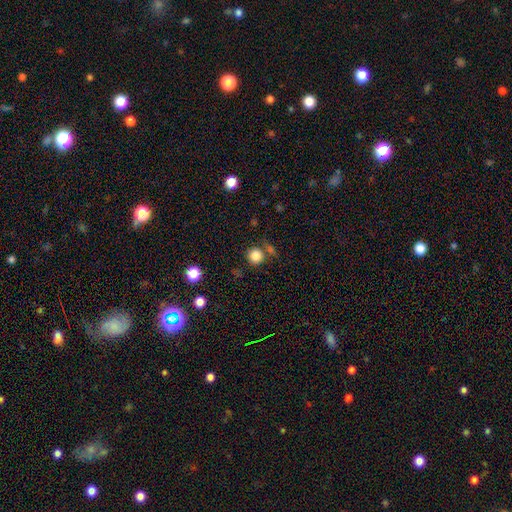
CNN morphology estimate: The model was most divided on "merging": none: 76%, merger: 11%, minor disturbance: 10%, major disturbance: 4%. More confident: how rounded — round (93%); smooth or featured — smooth (84%).